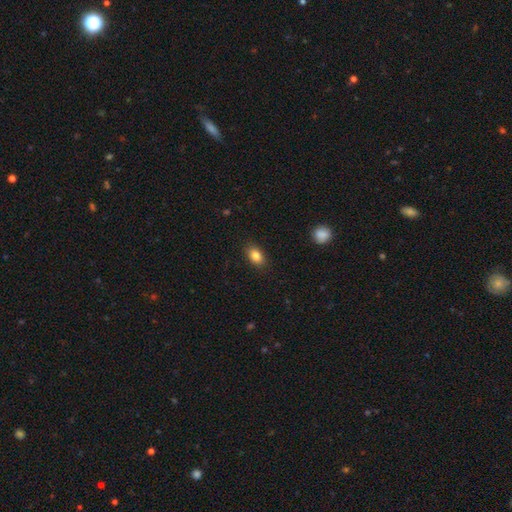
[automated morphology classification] type=smooth (84%); roundness=in between (82%); merging=none (88%).